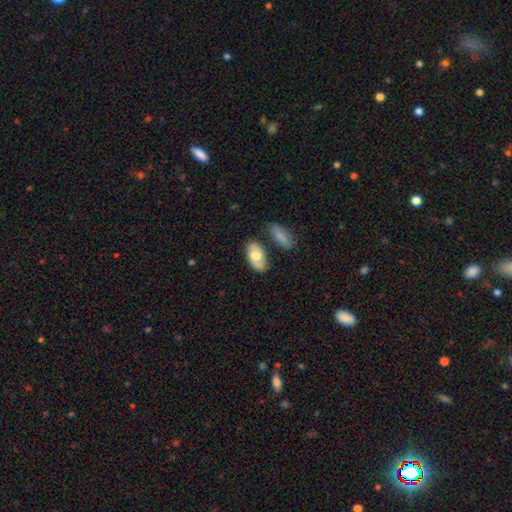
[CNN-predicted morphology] This appears to be a smooth galaxy with no disk features (67%) that is in between round and cigar-shaped (93%). Merging: none (73%).